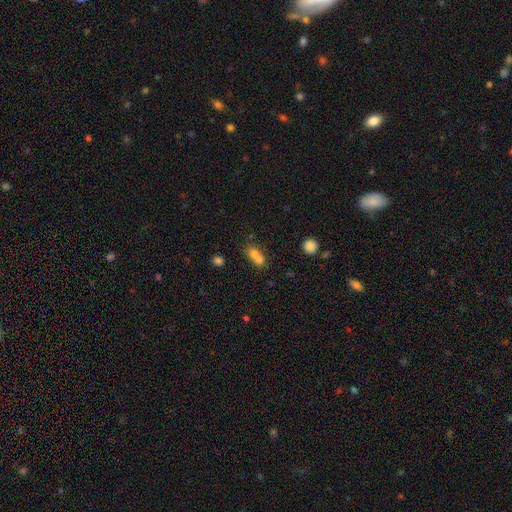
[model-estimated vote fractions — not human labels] Smooth or featured: smooth — 70% (featured or disk — 17%)
How rounded: round — 58% (in between — 39%)
Merging: merger — 67% (none — 24%)